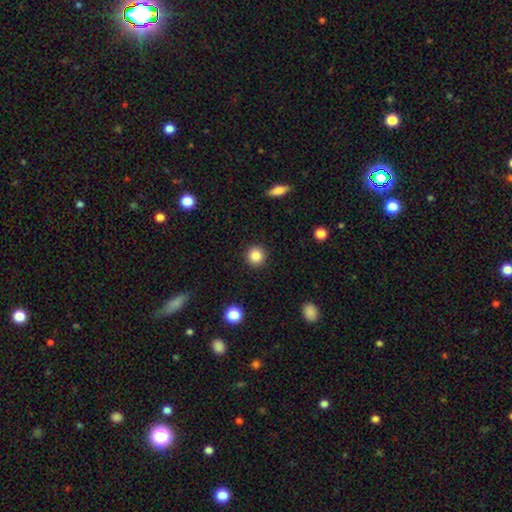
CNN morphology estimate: This appears to be a smooth galaxy with no disk features (86%) that is round (94%). Merging: none (92%).